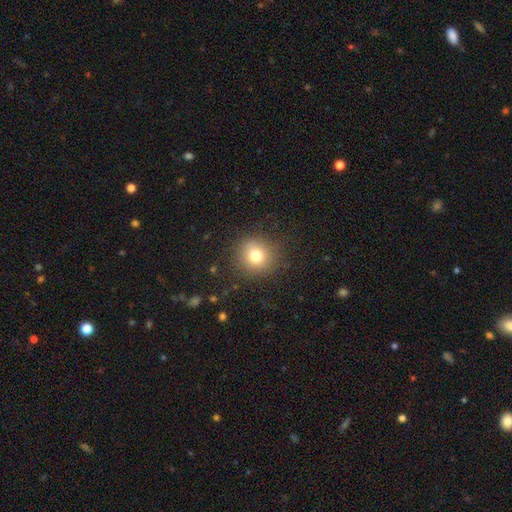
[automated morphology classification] smooth-or-featured: smooth: 76% | star or artifact: 14% | featured or disk: 10%
  how-rounded: round: 91% | in between: 8% | cigar-shaped: 1%
  merging: none: 86% | minor disturbance: 9% | major disturbance: 4% | merger: 1%